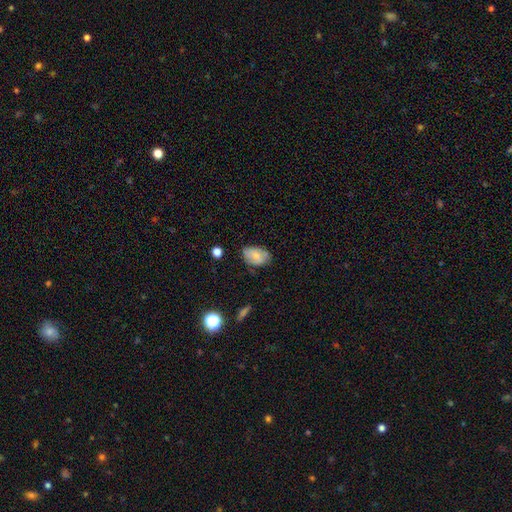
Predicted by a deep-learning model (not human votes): Smooth or featured? Predicted: smooth (p=0.71). How rounded? Predicted: in between (p=0.88). Merging? Predicted: none (p=0.71).